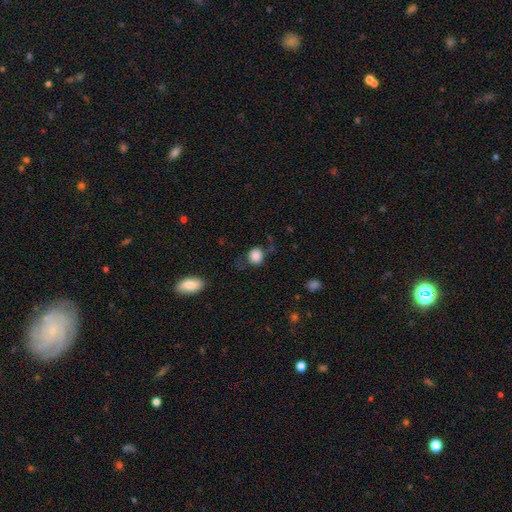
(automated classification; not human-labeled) Smooth or featured? Predicted: smooth (p=0.85). How rounded? Predicted: round (p=0.78). Merging? Predicted: none (p=0.62).